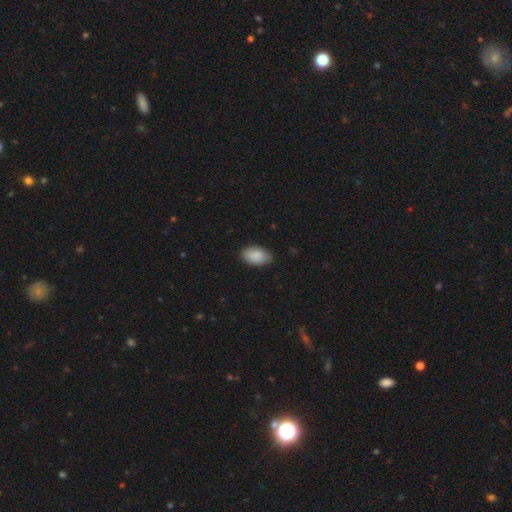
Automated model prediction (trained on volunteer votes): Smooth or featured? Predicted: smooth (p=0.88). How rounded? Predicted: in between (p=0.92). Merging? Predicted: none (p=0.80).